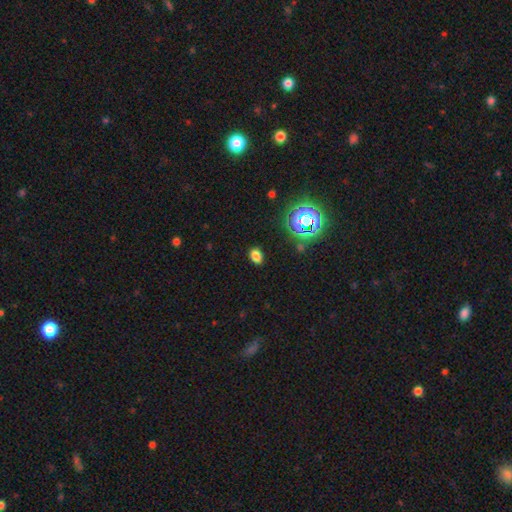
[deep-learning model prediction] smooth_or_featured: smooth (p=0.73) [alt: star or artifact p=0.21]
how_rounded: in between (p=0.81) [alt: round p=0.17]
merging: none (p=0.87) [alt: minor disturbance p=0.09]